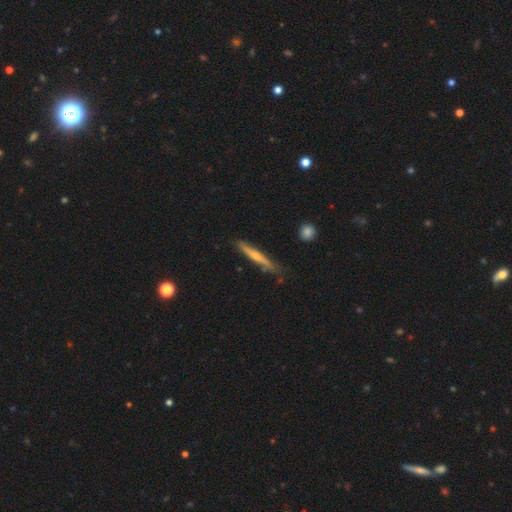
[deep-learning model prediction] smooth_or_featured: featured or disk (p=0.59) [alt: smooth p=0.36]
disk_edge_on: yes (p=0.93) [alt: no p=0.07]
edge_on_bulge: rounded (p=0.72) [alt: none p=0.23]
merging: none (p=0.77) [alt: minor disturbance p=0.17]